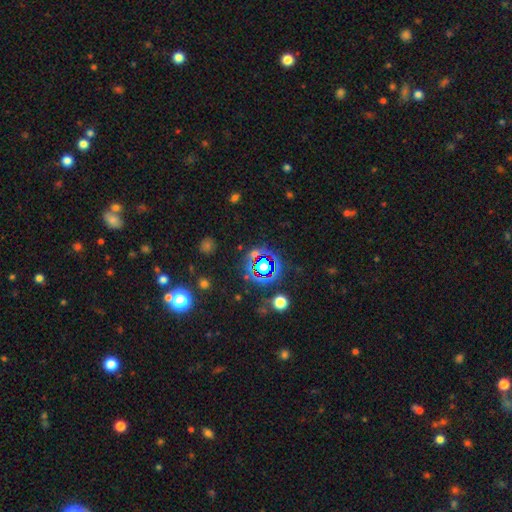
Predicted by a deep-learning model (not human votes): Smooth or featured? Predicted: star or artifact (p=0.72).